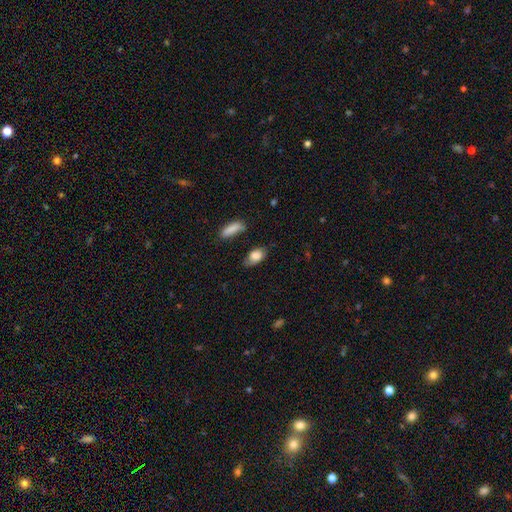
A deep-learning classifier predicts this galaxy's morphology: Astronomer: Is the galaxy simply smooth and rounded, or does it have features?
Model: smooth — 80%.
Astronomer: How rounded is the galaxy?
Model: in between — 88%.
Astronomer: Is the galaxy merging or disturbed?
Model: none — 58%.